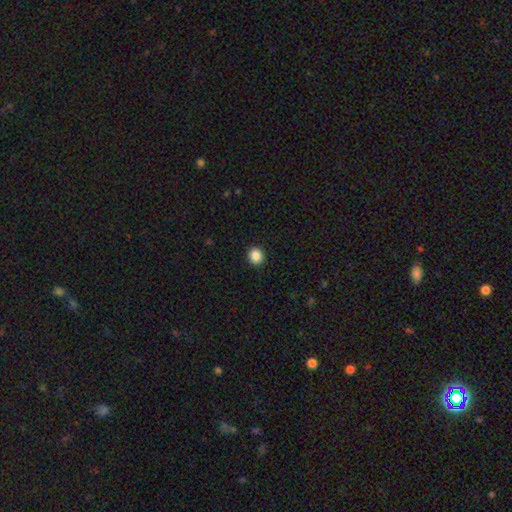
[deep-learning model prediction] smooth-or-featured: smooth: 87% | star or artifact: 10% | featured or disk: 3%
  how-rounded: round: 81% | in between: 18% | cigar-shaped: 1%
  merging: none: 93% | minor disturbance: 5% | major disturbance: 2% | merger: 1%